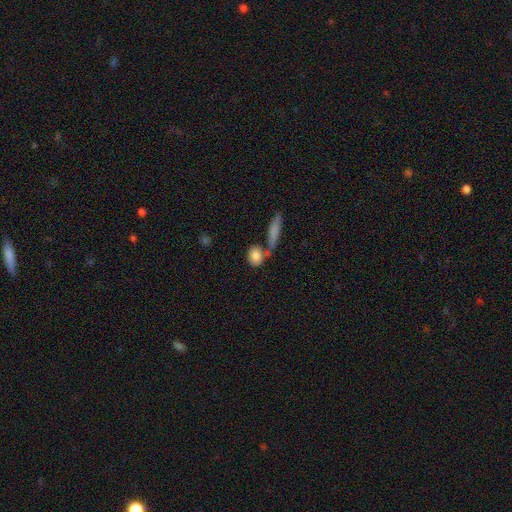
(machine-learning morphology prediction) smooth 82%, featured or disk 11%, star or artifact 7%. Down the decision tree: how rounded — in between (50%); merging — none (56%).